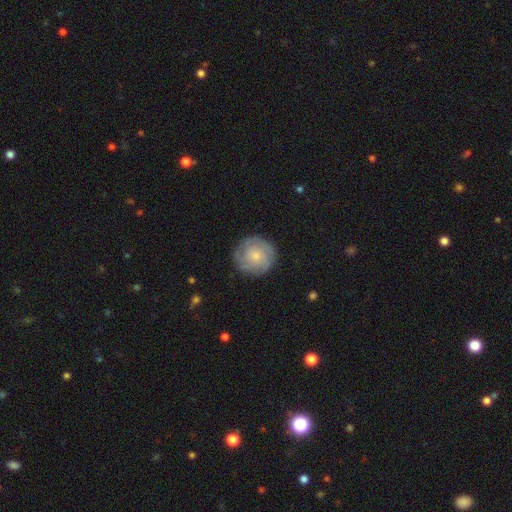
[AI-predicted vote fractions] smooth_or_featured: featured or disk (p=0.55) [alt: smooth p=0.39]
disk_edge_on: no (p=0.98) [alt: yes p=0.02]
bar: no (p=0.83) [alt: weak p=0.15]
has_spiral_arms: yes (p=0.82) [alt: no p=0.18]
bulge_size: small (p=0.60) [alt: moderate p=0.32]
merging: none (p=0.82) [alt: minor disturbance p=0.13]